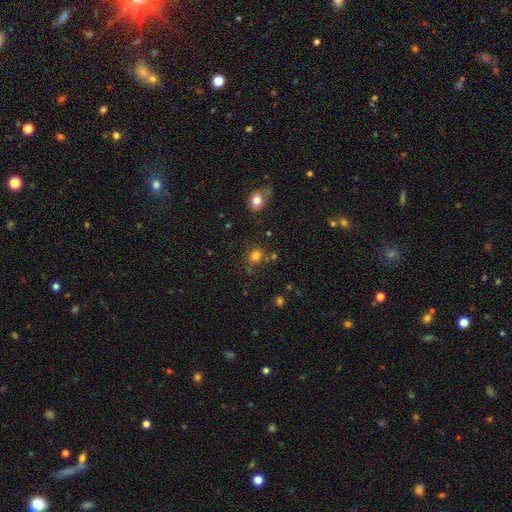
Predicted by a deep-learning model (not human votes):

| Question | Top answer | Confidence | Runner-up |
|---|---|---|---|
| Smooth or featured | smooth | 77% | star or artifact (17%) |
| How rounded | round | 83% | in between (16%) |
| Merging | none | 74% | merger (11%) |